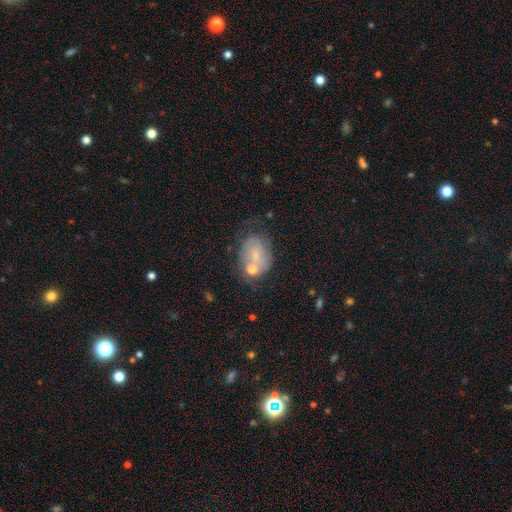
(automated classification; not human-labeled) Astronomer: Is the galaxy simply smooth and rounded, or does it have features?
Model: smooth — 53% (runner-up: featured or disk, 36%).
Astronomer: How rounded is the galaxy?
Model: in between — 64%.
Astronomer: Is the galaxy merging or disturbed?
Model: none — 42% (runner-up: minor disturbance, 24%).